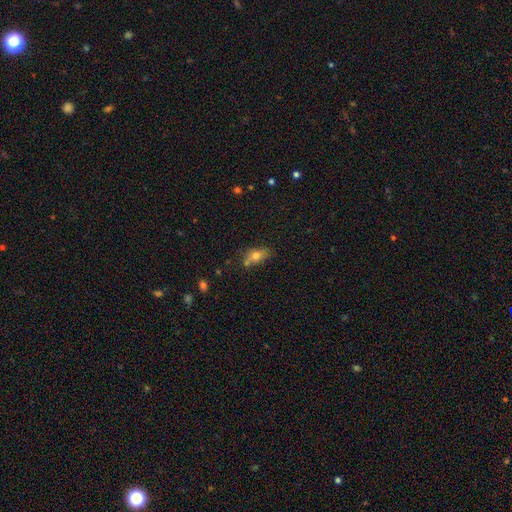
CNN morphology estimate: Smooth or featured? smooth (72%)
How rounded? in between (78%)
Merging? none (57%)